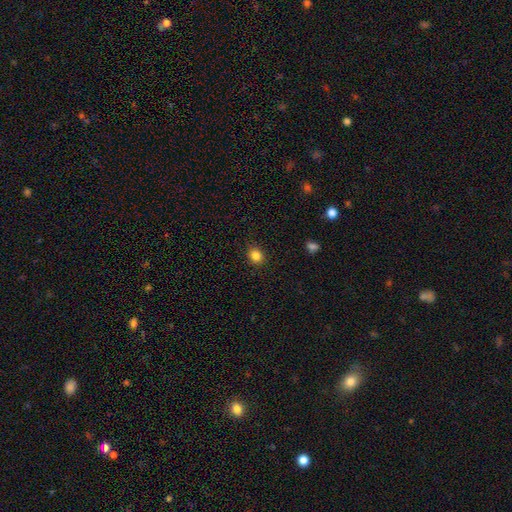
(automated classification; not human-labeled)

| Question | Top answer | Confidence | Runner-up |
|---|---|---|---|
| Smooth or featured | smooth | 85% | star or artifact (11%) |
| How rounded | round | 69% | in between (30%) |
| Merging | none | 89% | minor disturbance (8%) |